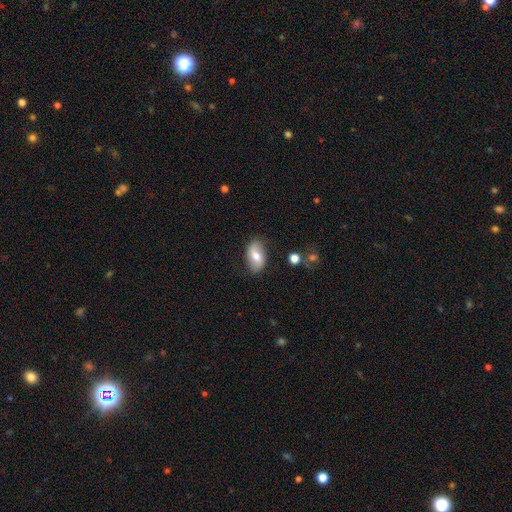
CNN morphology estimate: Smooth or featured: smooth — 61% (featured or disk — 31%)
How rounded: in between — 91% (round — 7%)
Merging: none — 78% (minor disturbance — 16%)